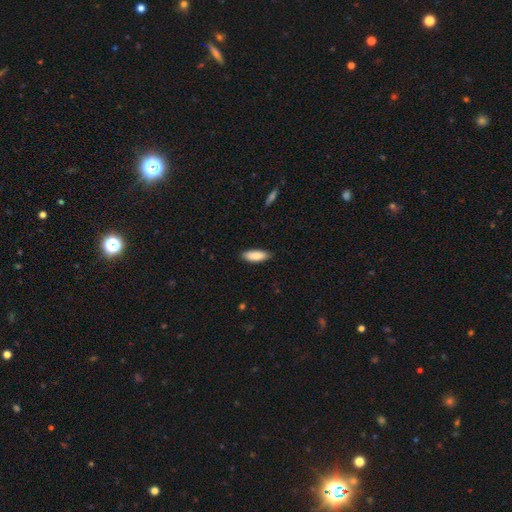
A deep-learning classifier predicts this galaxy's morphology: type=smooth (87%); roundness=in between (71%); merging=none (84%).